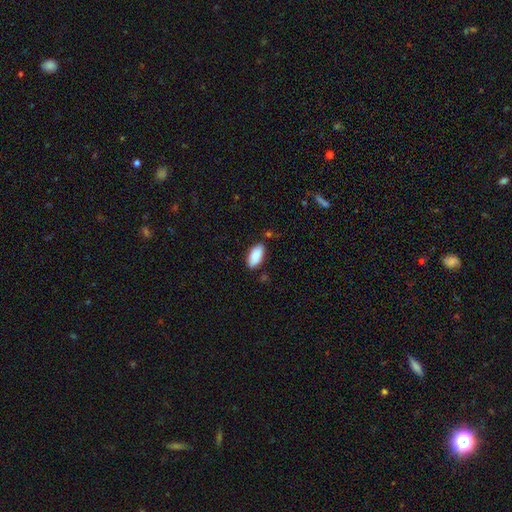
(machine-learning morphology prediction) This is clearly a smooth galaxy (87%). How rounded: clearly in between (92%). Merging: clearly none (81%).